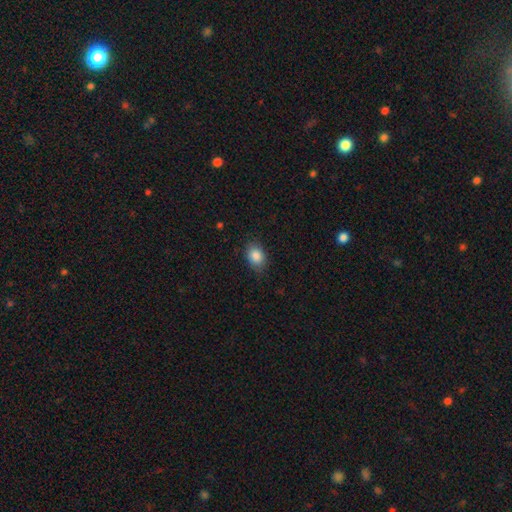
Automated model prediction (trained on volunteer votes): Smooth or featured? Predicted: smooth (p=0.87). How rounded? Predicted: in between (p=0.69). Merging? Predicted: none (p=0.83).